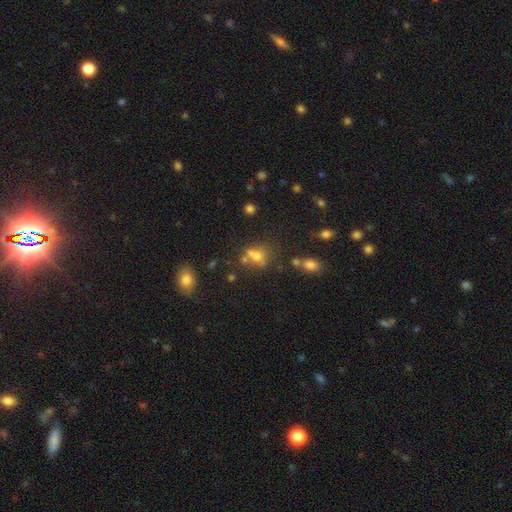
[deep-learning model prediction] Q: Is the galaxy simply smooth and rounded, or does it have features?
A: smooth — 59%.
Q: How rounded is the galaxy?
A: round — 51%.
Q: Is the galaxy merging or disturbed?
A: none — 41%.